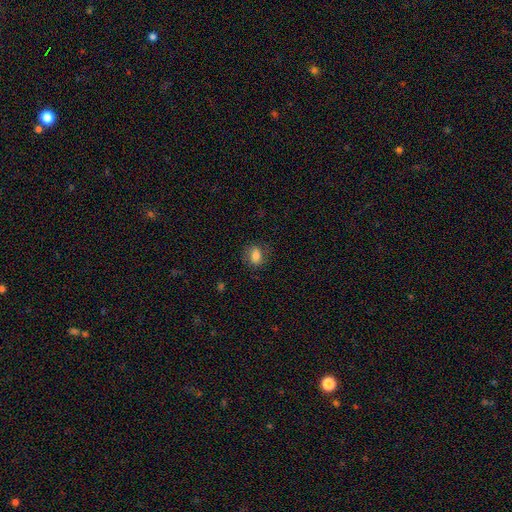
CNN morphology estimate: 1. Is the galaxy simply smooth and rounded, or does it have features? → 78% smooth, 12% featured or disk, 10% star or artifact.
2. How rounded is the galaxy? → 64% in between, 35% round, 1% cigar-shaped.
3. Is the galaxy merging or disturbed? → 76% none, 17% minor disturbance, 6% major disturbance, 1% merger.